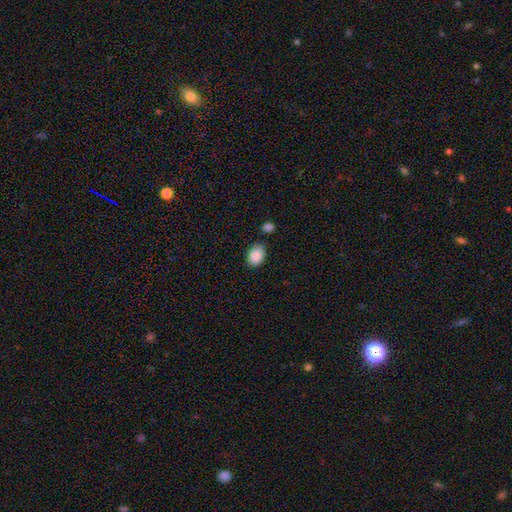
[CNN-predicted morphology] Smooth or featured? Predicted: smooth (p=0.89). How rounded? Predicted: in between (p=0.77). Merging? Predicted: none (p=0.76).